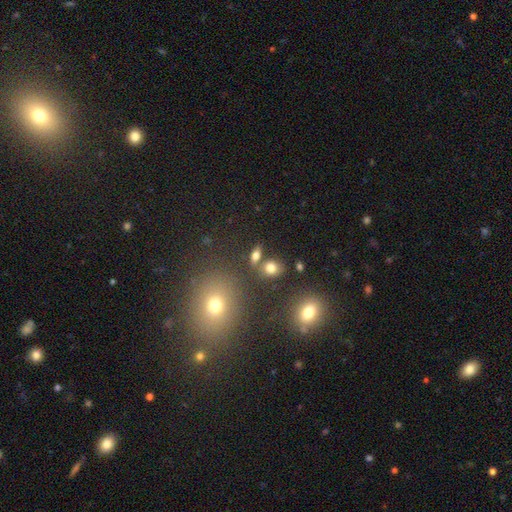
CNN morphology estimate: type=smooth (71%); roundness=in between (69%); merging=none (68%).